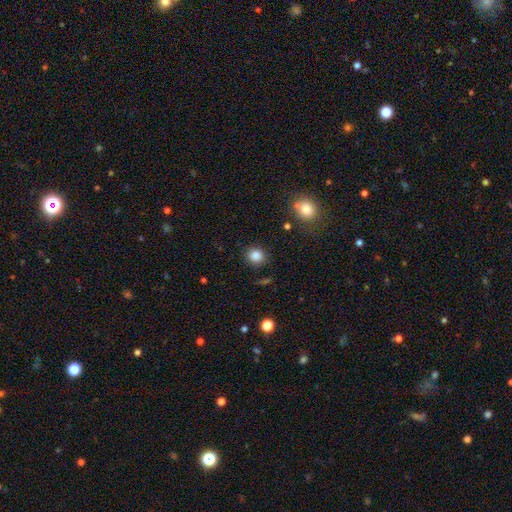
Smooth or featured? smooth (92%)
How rounded? round (85%)
Merging? none (77%)